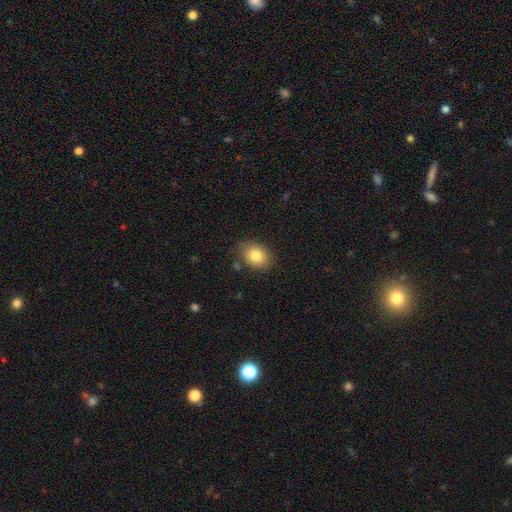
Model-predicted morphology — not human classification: Smooth or featured? smooth (82%)
How rounded? in between (58%)
Merging? none (78%)